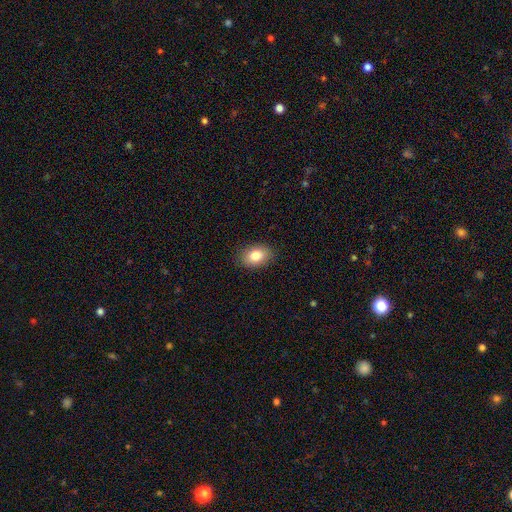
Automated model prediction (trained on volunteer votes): The model was most divided on "how rounded": in between: 84%, round: 15%, cigar-shaped: 1%. More confident: merging — none (88%); smooth or featured — smooth (83%).